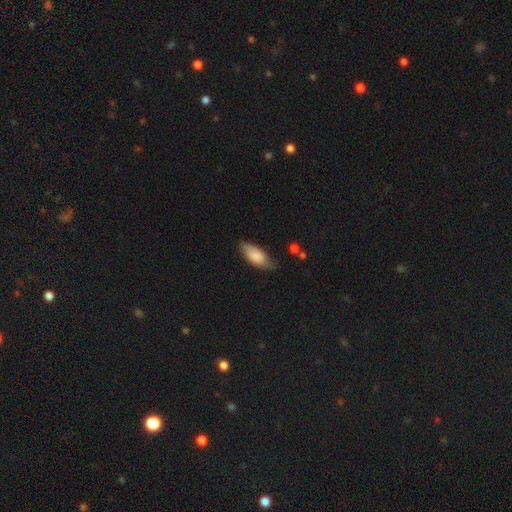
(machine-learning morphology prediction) smooth 78%, featured or disk 15%, star or artifact 6%. Down the decision tree: how rounded — in between (83%); merging — none (65%).